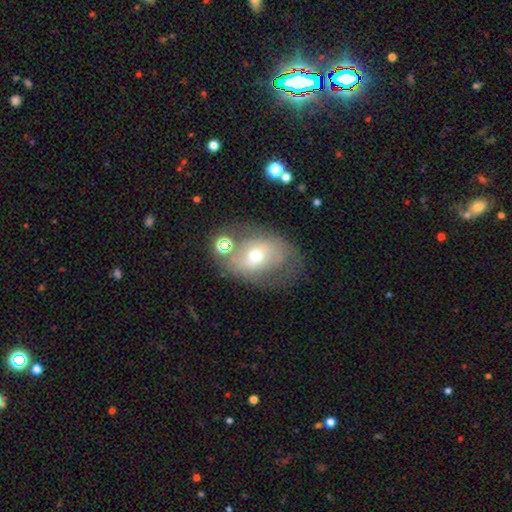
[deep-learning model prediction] Smooth or featured? Predicted: featured or disk (p=0.45). Merging? Predicted: none (p=0.52).